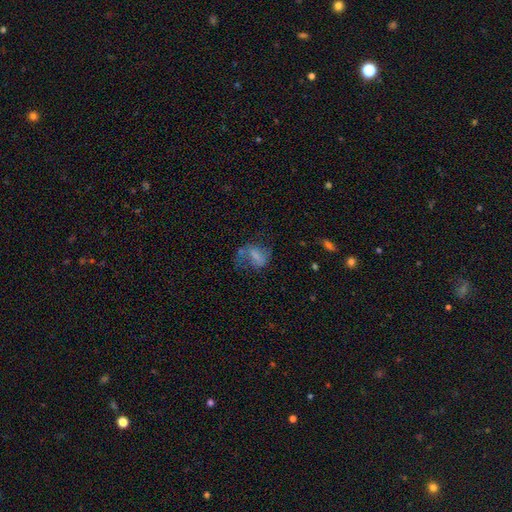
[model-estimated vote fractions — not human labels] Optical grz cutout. It shows a featured or disk galaxy (44%). Merging: major disturbance (37%).